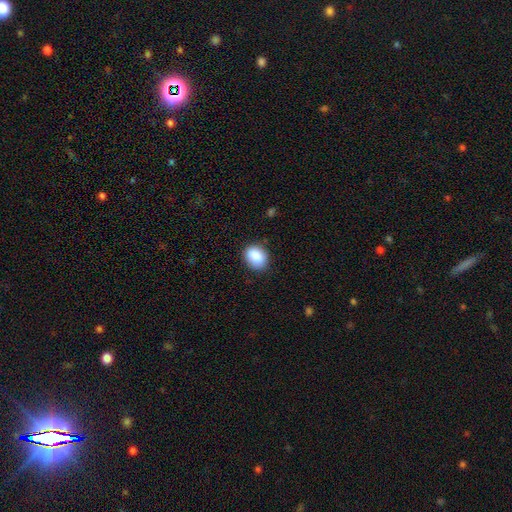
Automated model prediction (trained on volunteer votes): smooth-or-featured: smooth: 88% | star or artifact: 8% | featured or disk: 4%
  how-rounded: in between: 54% | round: 45% | cigar-shaped: 1%
  merging: none: 83% | minor disturbance: 13% | major disturbance: 3% | merger: 1%